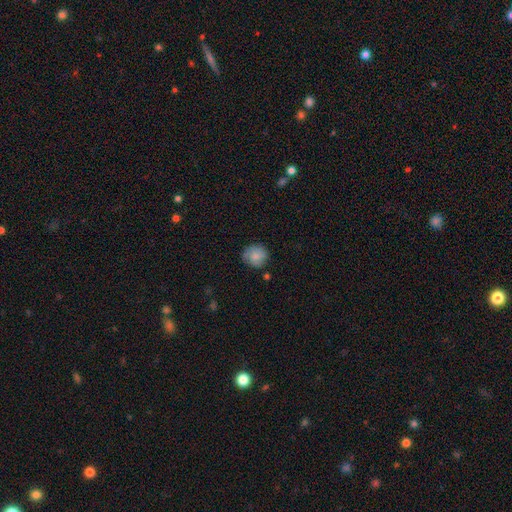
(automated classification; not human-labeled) Q: Smooth or featured?
A: smooth (74%); runner-up: featured or disk (18%)
Q: How rounded?
A: round (85%); runner-up: in between (14%)
Q: Merging?
A: none (71%); runner-up: minor disturbance (21%)